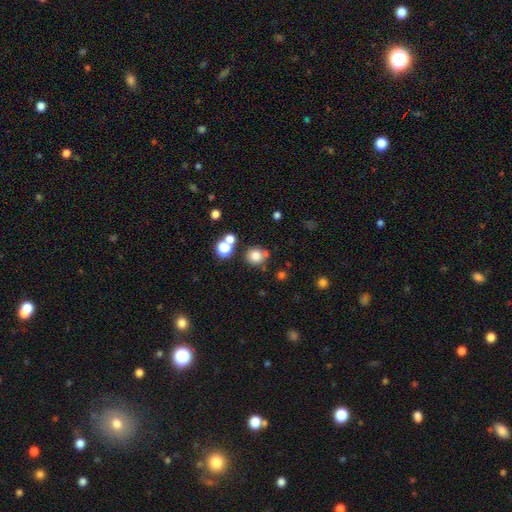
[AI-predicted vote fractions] A smooth galaxy with no disk features (79%) that is round (87%). Merging: none (70%).